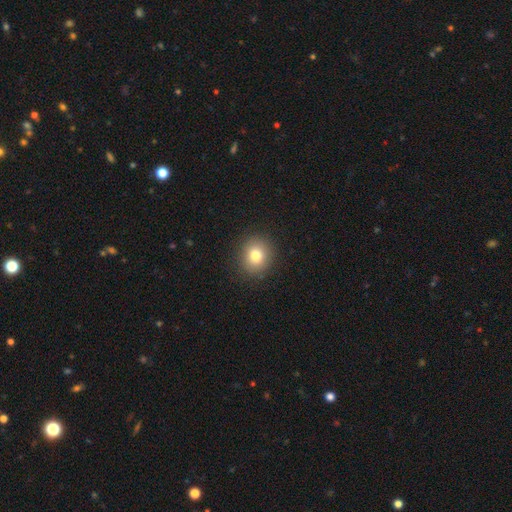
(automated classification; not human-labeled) Smooth or featured: smooth — 80% (star or artifact — 11%)
How rounded: round — 81% (in between — 18%)
Merging: none — 90% (minor disturbance — 7%)